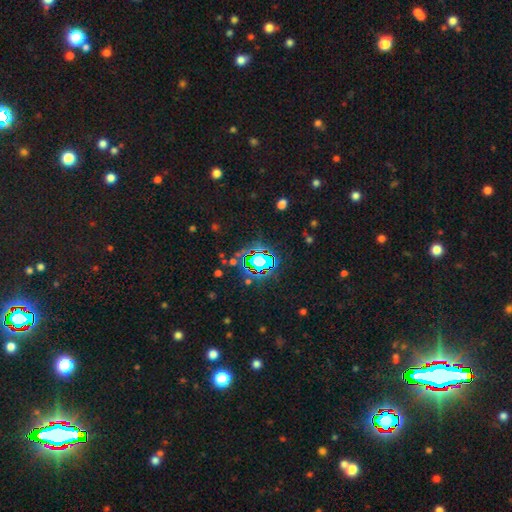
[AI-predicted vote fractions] Morphology: type=star or artifact (77%).